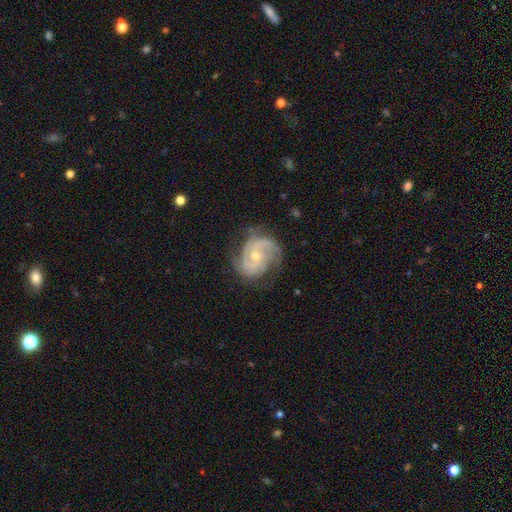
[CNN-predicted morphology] smooth_or_featured: featured or disk (p=0.89) [alt: smooth p=0.06]
disk_edge_on: no (p=0.98) [alt: yes p=0.02]
bar: no (p=0.65) [alt: weak p=0.28]
has_spiral_arms: yes (p=0.97) [alt: no p=0.03]
spiral_winding: tight (p=0.45) [alt: medium p=0.44]
spiral_arm_count: 2 (p=0.48) [alt: 3 p=0.28]
bulge_size: small (p=0.57) [alt: moderate p=0.40]
merging: none (p=0.68) [alt: minor disturbance p=0.22]